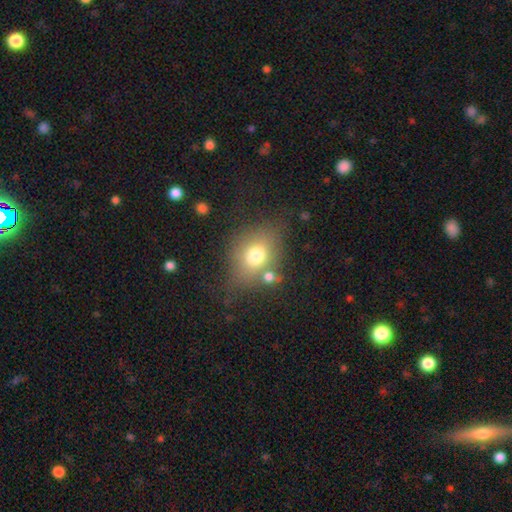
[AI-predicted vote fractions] Smooth or featured?
  - smooth: 71% *
  - featured or disk: 16%
  - star or artifact: 13%
How rounded?
  - in between: 53% *
  - round: 46%
  - cigar-shaped: 2%
Merging?
  - none: 59% *
  - minor disturbance: 17%
  - merger: 15%
  - major disturbance: 9%